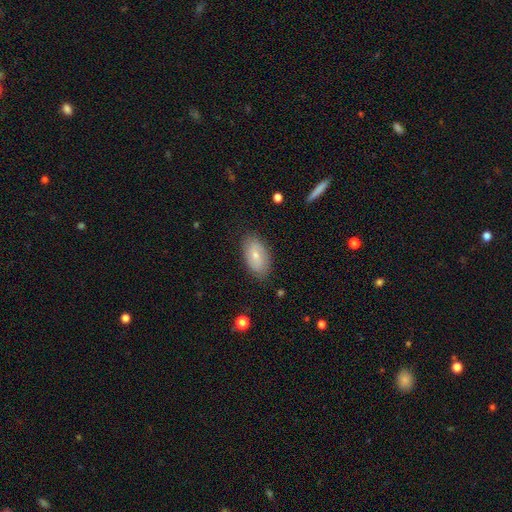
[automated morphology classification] smooth_or_featured: smooth (p=0.59) [alt: featured or disk p=0.34]
how_rounded: in between (p=0.93) [alt: round p=0.05]
merging: none (p=0.81) [alt: minor disturbance p=0.15]